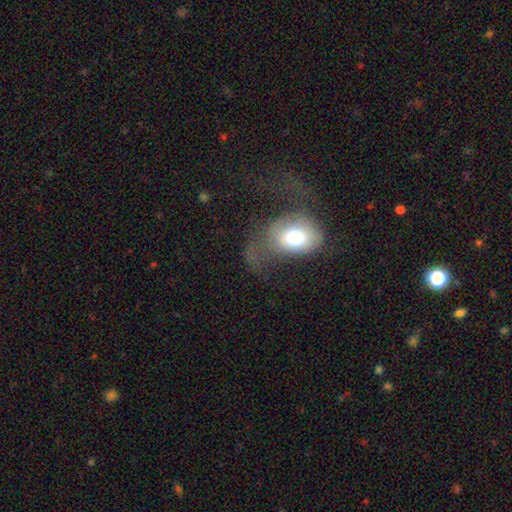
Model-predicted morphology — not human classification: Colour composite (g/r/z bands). It shows a smooth galaxy with no disk features (59%) that is in between round and cigar-shaped (60%). Merging: major disturbance (53%).